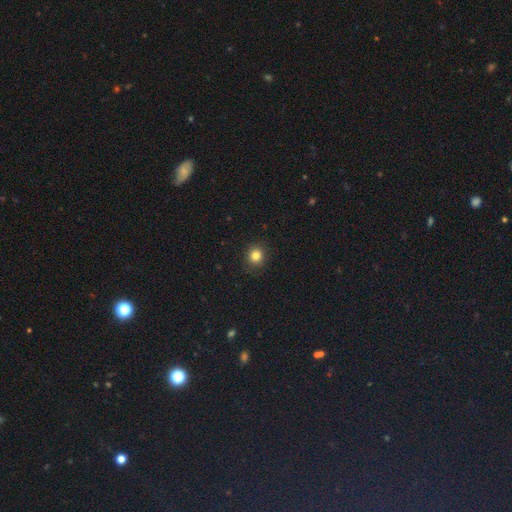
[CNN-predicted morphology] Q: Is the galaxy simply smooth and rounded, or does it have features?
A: smooth — 83%.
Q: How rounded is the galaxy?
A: round — 88%.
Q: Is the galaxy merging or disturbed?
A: none — 90%.